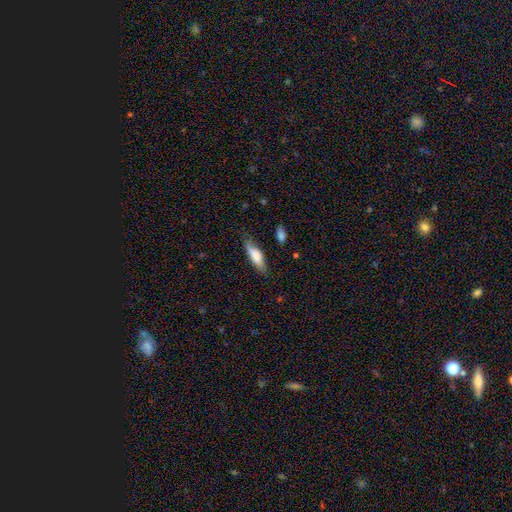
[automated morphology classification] A smooth galaxy with no disk features (73%) that is in between round and cigar-shaped (49%, tied with cigar-shaped).

Vote fractions:
- Smooth or featured? smooth: 73% / featured or disk: 20% / star or artifact: 7%
- How rounded? in between: 49% (tied) / cigar-shaped: 49% (tied) / round: 2%
- Merging? none: 68% / minor disturbance: 23% / major disturbance: 6% / merger: 3%